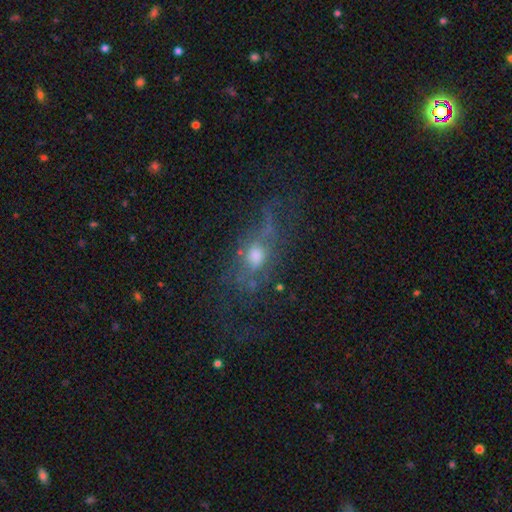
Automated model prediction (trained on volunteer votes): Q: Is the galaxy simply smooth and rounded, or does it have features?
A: featured or disk — 45%.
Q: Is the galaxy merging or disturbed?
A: none — 46%.